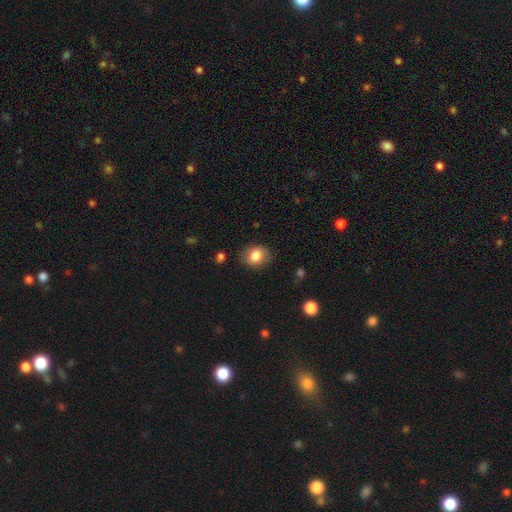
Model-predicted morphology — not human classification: A smooth galaxy with no disk features (83%) that is round (54%). Merging: none (83%).